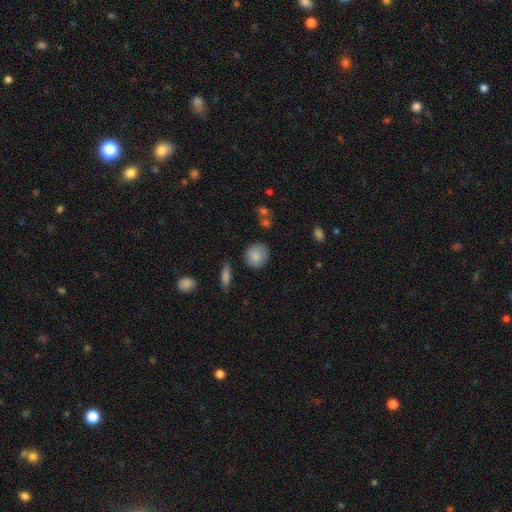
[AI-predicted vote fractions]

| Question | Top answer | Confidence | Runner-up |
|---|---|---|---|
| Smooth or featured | smooth | 85% | featured or disk (8%) |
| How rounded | round | 83% | in between (15%) |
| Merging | none | 82% | minor disturbance (12%) |